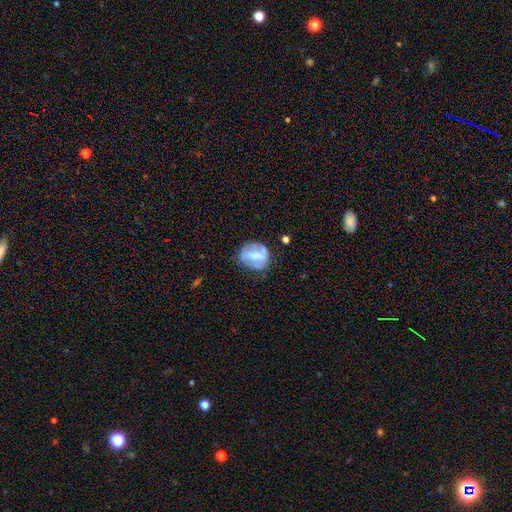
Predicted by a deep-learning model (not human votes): Smooth or featured? featured or disk (50%)
Merging? none (52%)